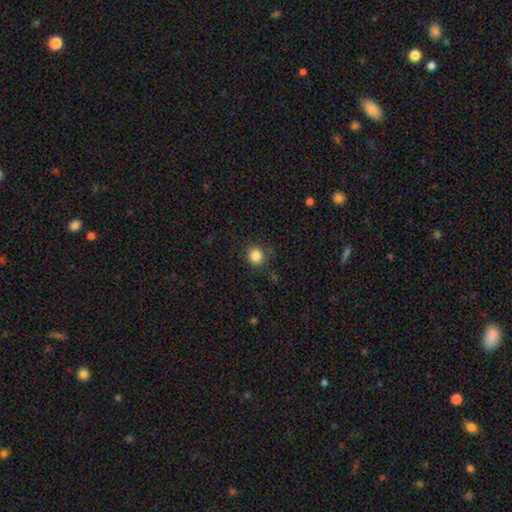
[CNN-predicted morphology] Smooth or featured: smooth — 85% (star or artifact — 11%)
How rounded: round — 87% (in between — 12%)
Merging: none — 87% (minor disturbance — 9%)